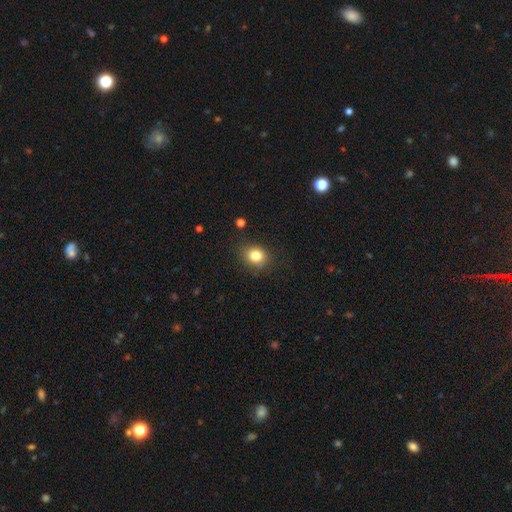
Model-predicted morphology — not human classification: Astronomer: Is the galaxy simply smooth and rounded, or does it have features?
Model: smooth — 82%.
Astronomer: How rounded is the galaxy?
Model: round — 67%.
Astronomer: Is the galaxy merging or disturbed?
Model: none — 84%.